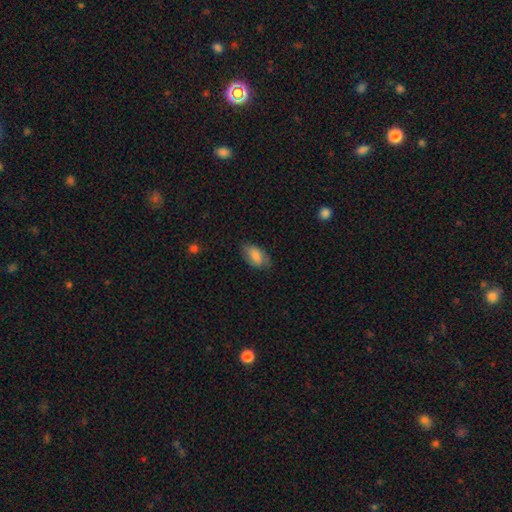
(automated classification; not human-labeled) Morphology: type=smooth (81%); roundness=in between (92%); merging=none (73%).